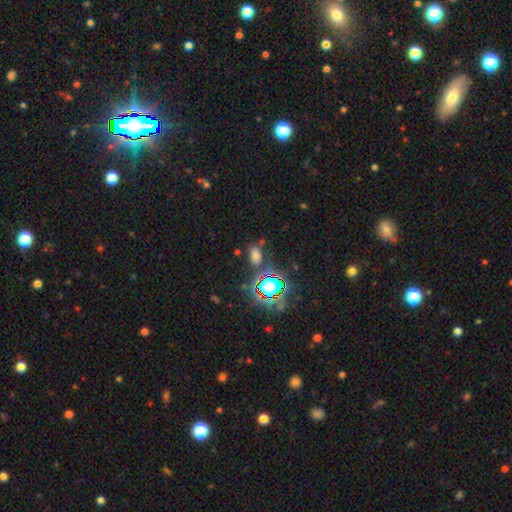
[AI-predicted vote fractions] This is possibly a smooth galaxy (57%). How rounded: clearly in between (85%). Merging: likely none (72%).